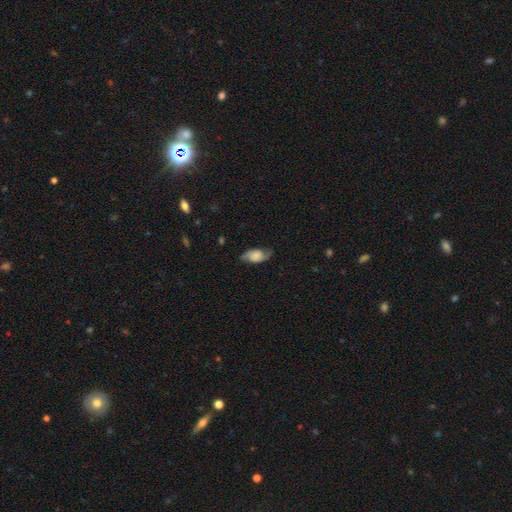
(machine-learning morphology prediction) Overall: featured or disk (53%; smooth 39%). Edge-on disk: no (91%). Merging: none (72%).